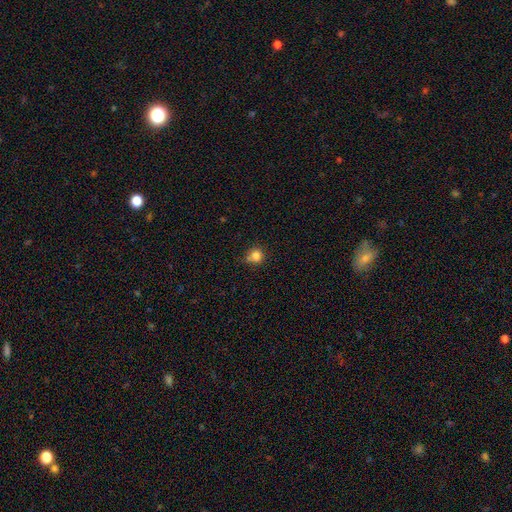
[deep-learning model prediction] A smooth galaxy with no disk features (82%) that is round (86%). Merging: none (62%).